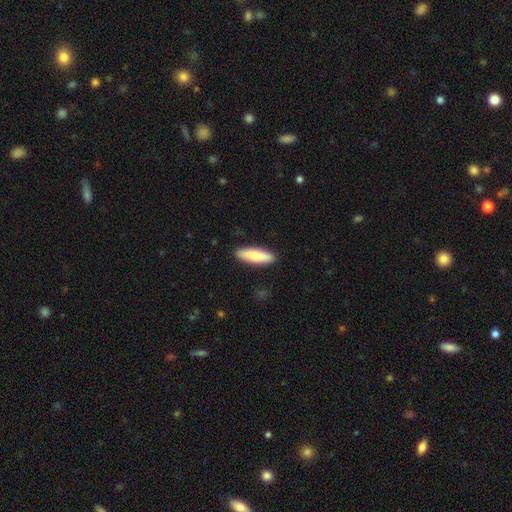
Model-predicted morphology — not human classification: Smooth or featured?
  - smooth: 84% *
  - featured or disk: 11%
  - star or artifact: 5%
How rounded?
  - cigar-shaped: 60% *
  - in between: 39%
  - round: 2%
Merging?
  - none: 90% *
  - minor disturbance: 8%
  - major disturbance: 2%
  - merger: 1%